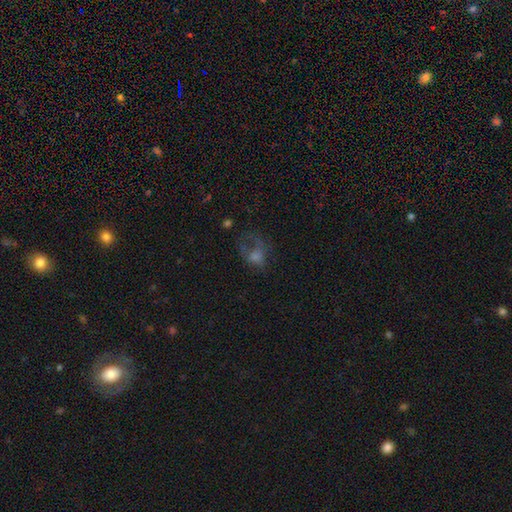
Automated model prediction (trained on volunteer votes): Smooth or featured: smooth — 42% (featured or disk — 35%)
Merging: major disturbance — 46% (none — 33%)